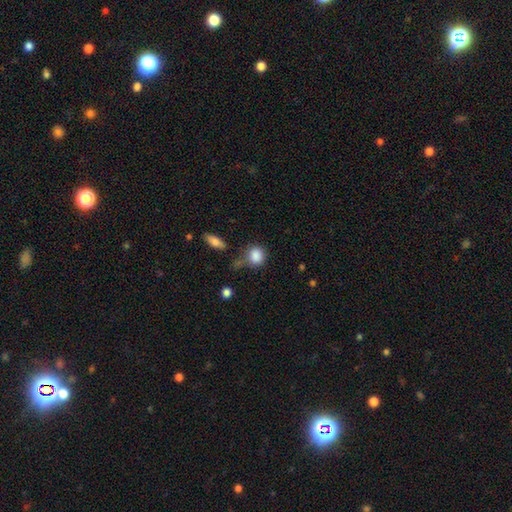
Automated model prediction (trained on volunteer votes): A smooth galaxy with no disk features (87%) that is round (74%). Merging: none (59%).